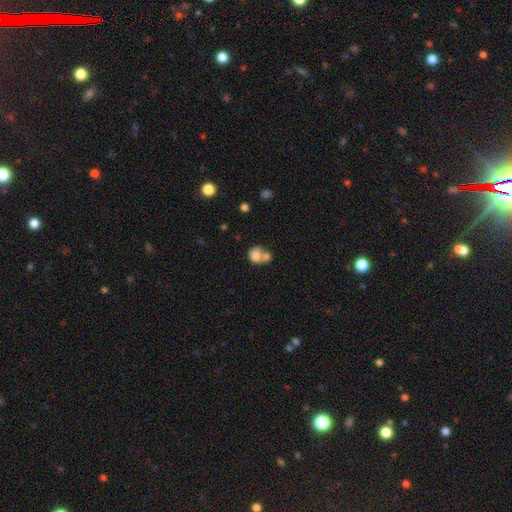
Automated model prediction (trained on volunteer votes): Smooth or featured? smooth (75%)
How rounded? round (69%)
Merging? merger (64%)